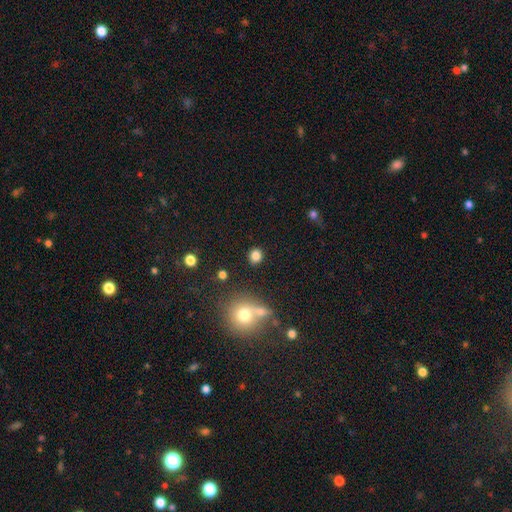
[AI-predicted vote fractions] smooth-or-featured: smooth: 83% | star or artifact: 12% | featured or disk: 5%
  how-rounded: round: 75% | in between: 24% | cigar-shaped: 1%
  merging: none: 86% | minor disturbance: 8% | merger: 4% | major disturbance: 3%